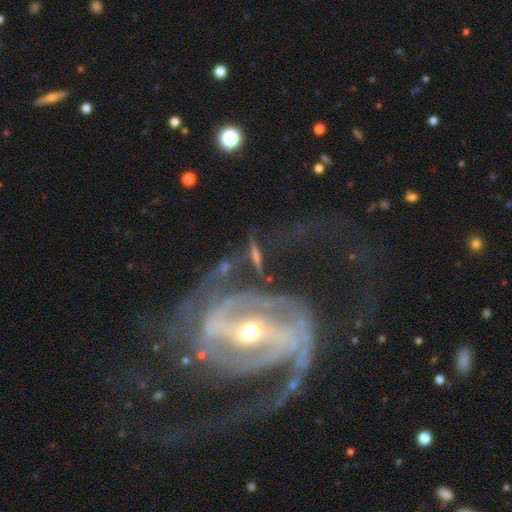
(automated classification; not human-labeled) This appears to be a featured or disk galaxy (75%) with a strong bar (43%), spiral arms (79%) and a moderate central bulge (61%). Merging: none (56%).